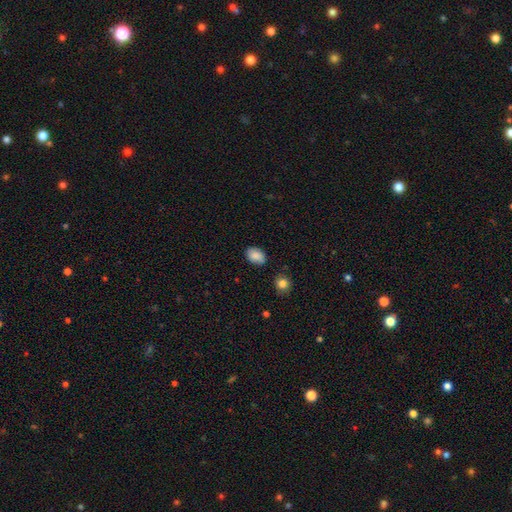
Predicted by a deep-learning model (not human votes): smooth 87%, star or artifact 8%, featured or disk 5%. Down the decision tree: how rounded — in between (81%); merging — none (84%).